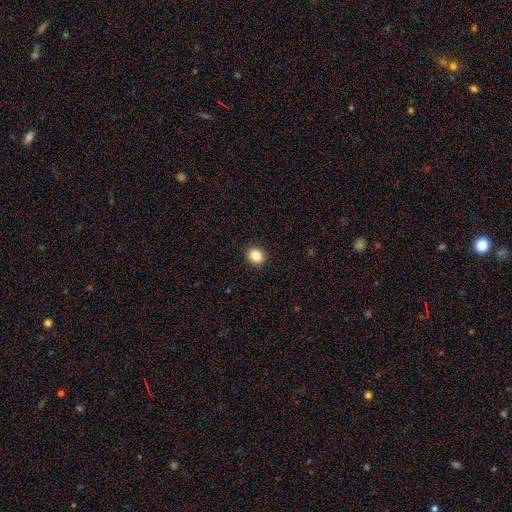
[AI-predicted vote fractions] A smooth galaxy with no disk features (85%) that is round (64%). Merging: none (91%).